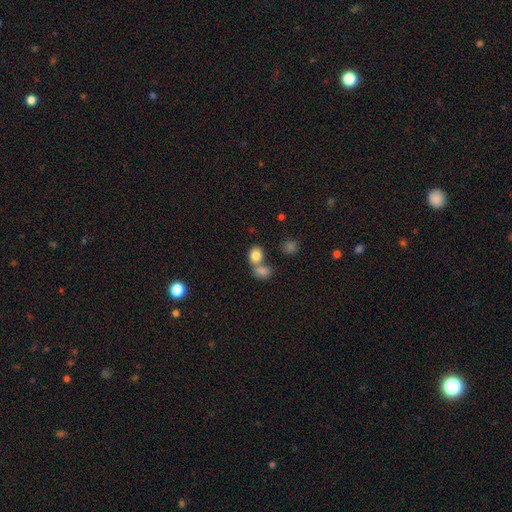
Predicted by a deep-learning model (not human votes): smooth 81%, star or artifact 10%, featured or disk 8%. Down the decision tree: how rounded — round (58%); merging — merger (48%).